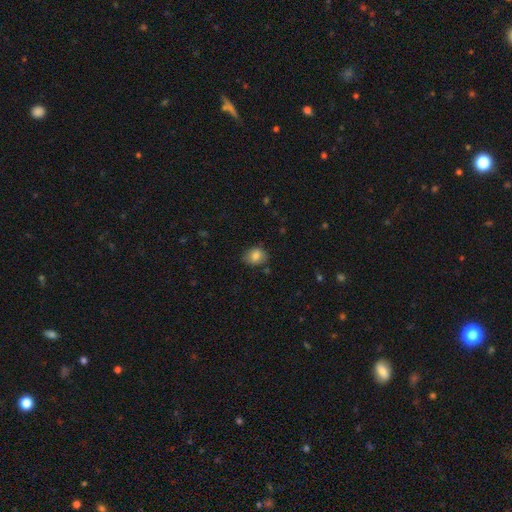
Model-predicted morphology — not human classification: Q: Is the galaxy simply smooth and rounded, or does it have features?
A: smooth — 81%.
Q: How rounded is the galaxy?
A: round — 53%.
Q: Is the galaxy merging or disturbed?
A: none — 75%.